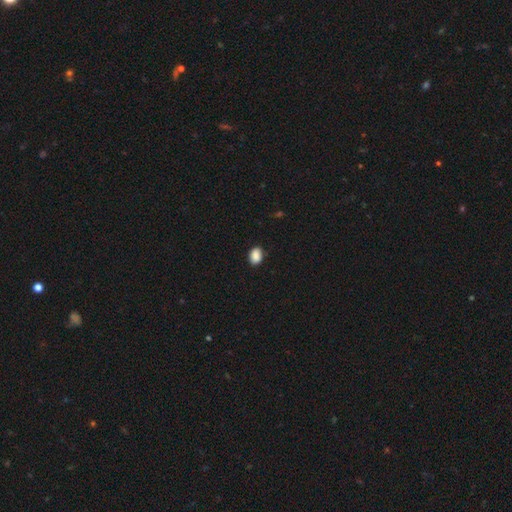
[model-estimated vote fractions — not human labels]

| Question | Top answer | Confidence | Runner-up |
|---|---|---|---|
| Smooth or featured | smooth | 88% | star or artifact (8%) |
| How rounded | in between | 75% | round (24%) |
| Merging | none | 84% | minor disturbance (13%) |